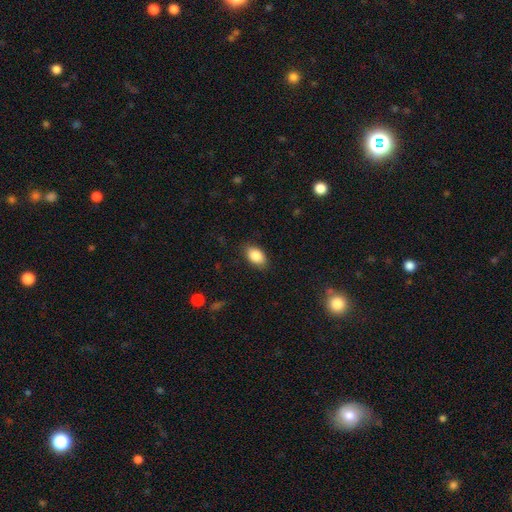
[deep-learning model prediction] This appears to be a smooth galaxy with no disk features (87%) that is in between round and cigar-shaped (90%). Merging: none (85%).